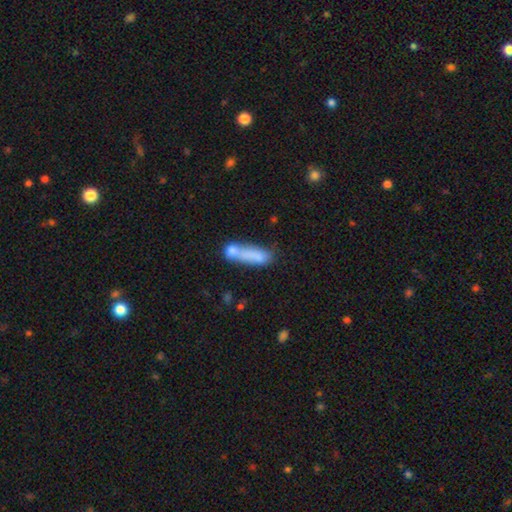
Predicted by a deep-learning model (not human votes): Overall: smooth (73%). How rounded: cigar-shaped (51%; in between 45%). Merging: merger (49%; none 26%).